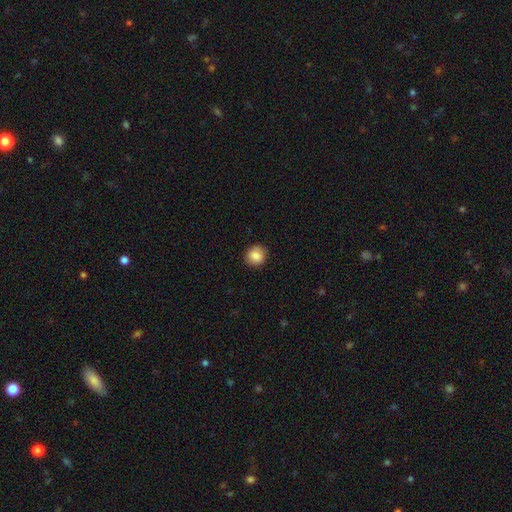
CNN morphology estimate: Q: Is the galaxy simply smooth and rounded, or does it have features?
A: smooth — 87%.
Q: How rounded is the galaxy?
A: round — 85%.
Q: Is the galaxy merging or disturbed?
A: none — 88%.